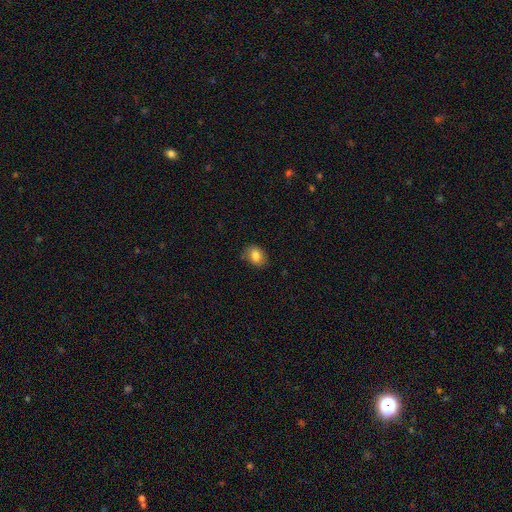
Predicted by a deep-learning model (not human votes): A smooth galaxy with no disk features (82%) that is in between round and cigar-shaped (68%). Merging: none (79%).